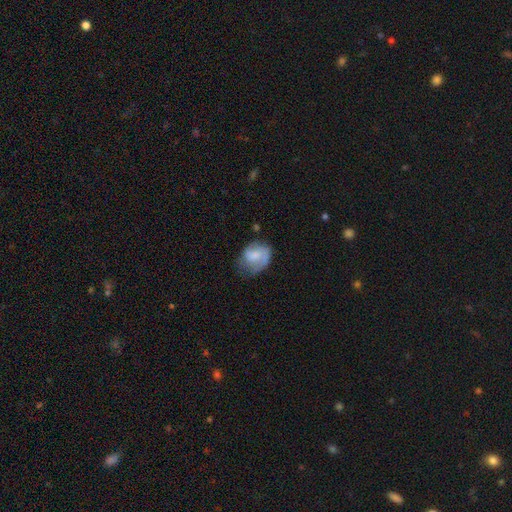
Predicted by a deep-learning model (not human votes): A smooth galaxy with no disk features (55%) that is in between round and cigar-shaped (53%). Merging: none (45%).